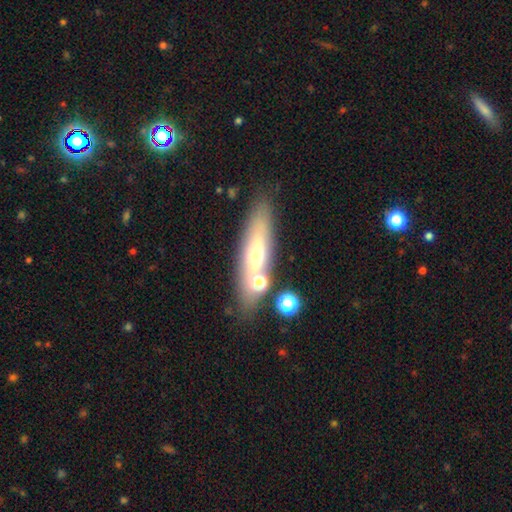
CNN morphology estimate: This is possibly a featured or disk galaxy (46%). Merging: likely none (73%).